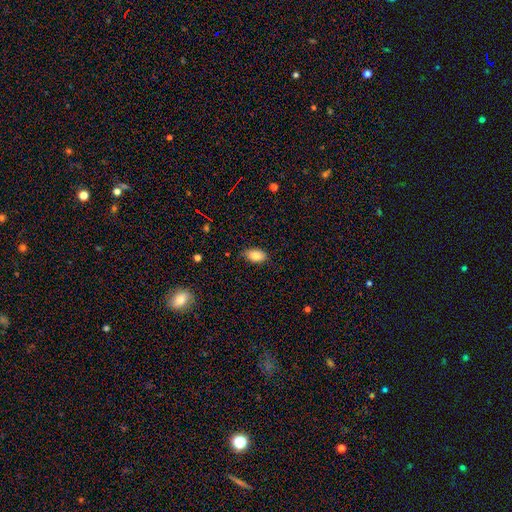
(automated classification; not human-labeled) This appears to be a smooth galaxy with no disk features (82%) that is in between round and cigar-shaped (92%). Merging: none (78%).